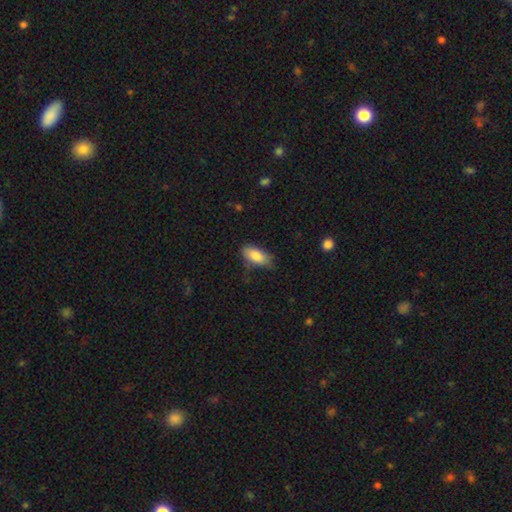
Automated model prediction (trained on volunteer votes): smooth-or-featured: smooth: 85% | featured or disk: 9% | star or artifact: 7%
  how-rounded: in between: 87% | cigar-shaped: 10% | round: 2%
  merging: none: 66% | minor disturbance: 26% | major disturbance: 7% | merger: 2%